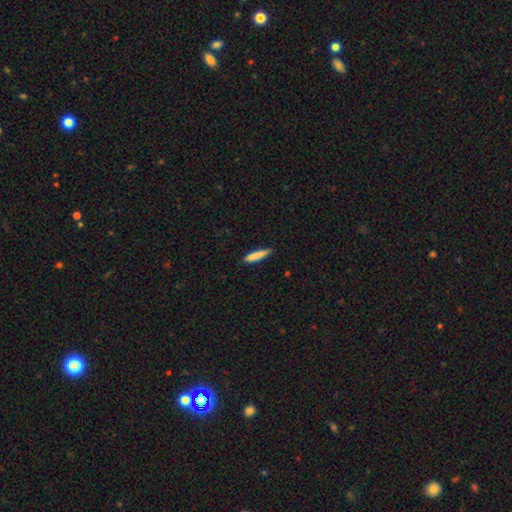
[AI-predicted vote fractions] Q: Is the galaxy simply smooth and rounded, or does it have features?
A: smooth — 83%.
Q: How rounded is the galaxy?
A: cigar-shaped — 88%.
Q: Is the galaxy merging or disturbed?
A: none — 85%.